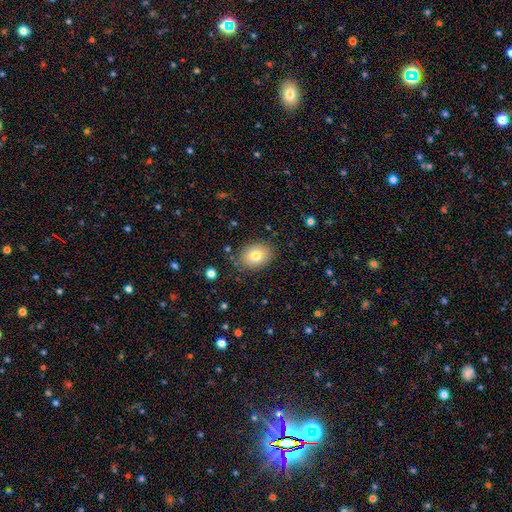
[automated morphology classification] Overall: smooth (78%). How rounded: in between (61%; round 38%). Merging: none (83%).